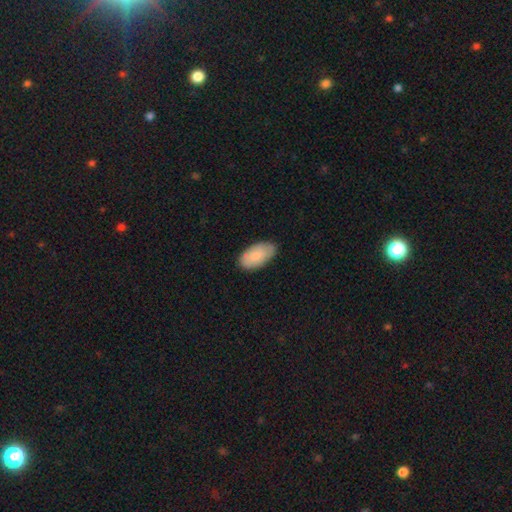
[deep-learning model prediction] Overall: smooth (86%). How rounded: in between (96%). Merging: none (83%).